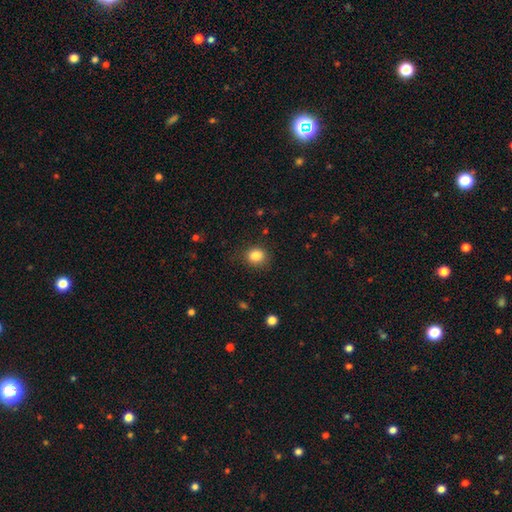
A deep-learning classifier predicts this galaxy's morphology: smooth-or-featured: smooth: 85% | star or artifact: 10% | featured or disk: 5%
  how-rounded: round: 72% | in between: 27% | cigar-shaped: 1%
  merging: none: 84% | minor disturbance: 12% | major disturbance: 4% | merger: 1%